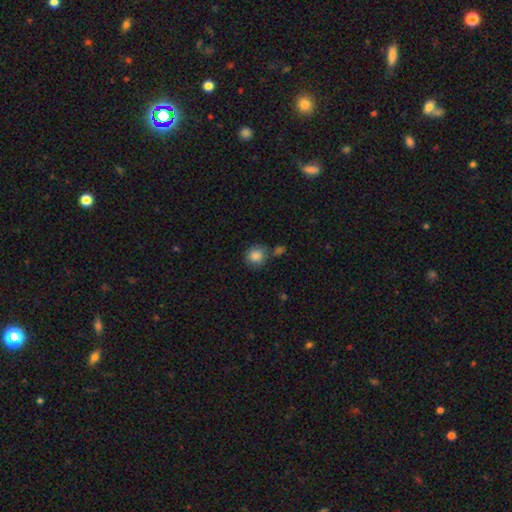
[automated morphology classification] Smooth or featured? Predicted: smooth (p=0.86). How rounded? Predicted: round (p=0.88). Merging? Predicted: none (p=0.68).